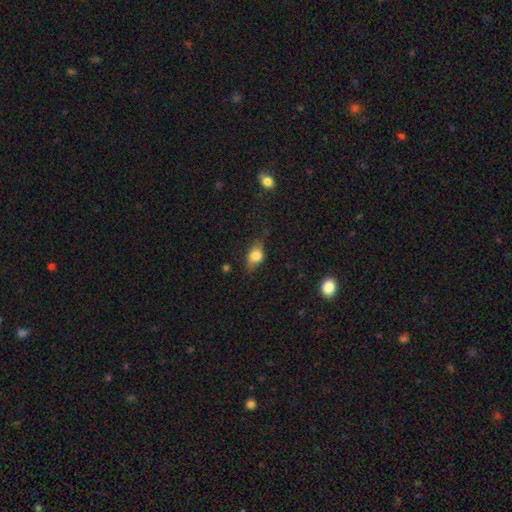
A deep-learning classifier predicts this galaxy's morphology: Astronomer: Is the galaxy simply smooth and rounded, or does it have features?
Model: smooth — 69%.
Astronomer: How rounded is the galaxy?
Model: in between — 71%.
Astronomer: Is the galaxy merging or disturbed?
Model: none — 63%.